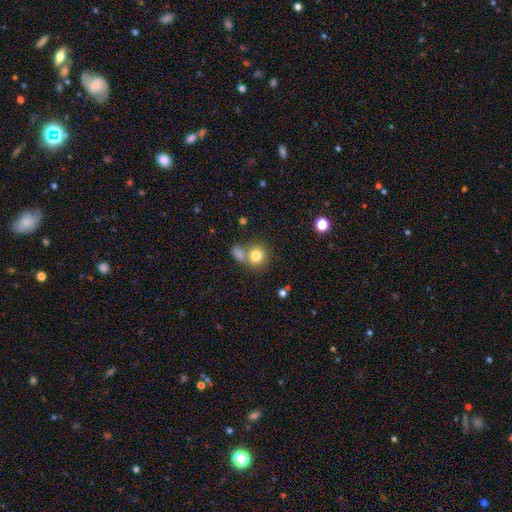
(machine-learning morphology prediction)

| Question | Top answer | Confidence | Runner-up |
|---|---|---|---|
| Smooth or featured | smooth | 79% | star or artifact (11%) |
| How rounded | round | 84% | in between (15%) |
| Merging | none | 56% | merger (31%) |